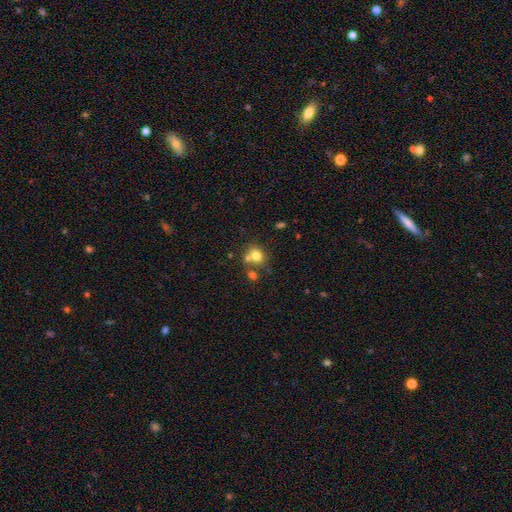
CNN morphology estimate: This is likely a smooth galaxy (75%). How rounded: likely round (72%). Merging: possibly none (53%).